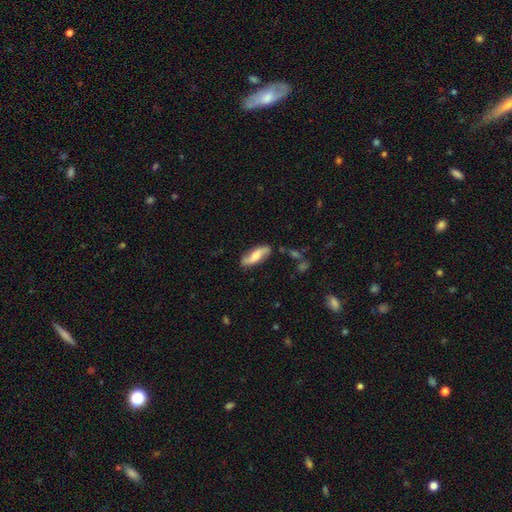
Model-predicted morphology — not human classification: type=featured or disk (54%); edge-on=no (82%); merging=none (79%).